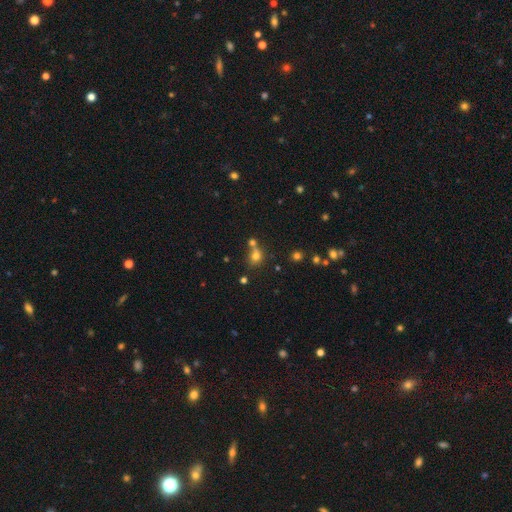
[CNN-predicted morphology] smooth-or-featured: smooth: 71% | star or artifact: 19% | featured or disk: 10%
  how-rounded: round: 72% | in between: 26% | cigar-shaped: 1%
  merging: none: 46% | merger: 39% | minor disturbance: 10% | major disturbance: 5%